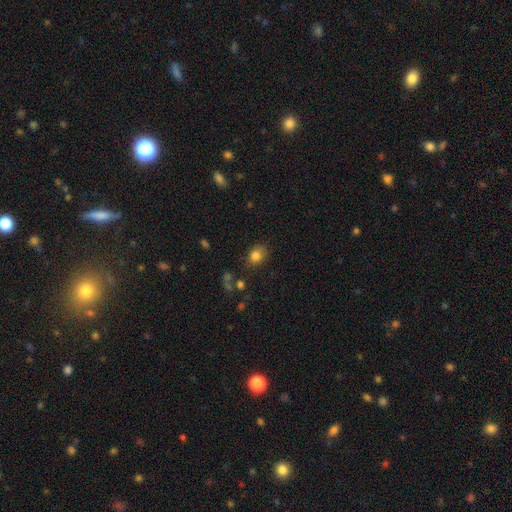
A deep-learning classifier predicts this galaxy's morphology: Q: Smooth or featured?
A: smooth (82%); runner-up: star or artifact (11%)
Q: How rounded?
A: in between (57%); runner-up: round (42%)
Q: Merging?
A: none (75%); runner-up: minor disturbance (17%)